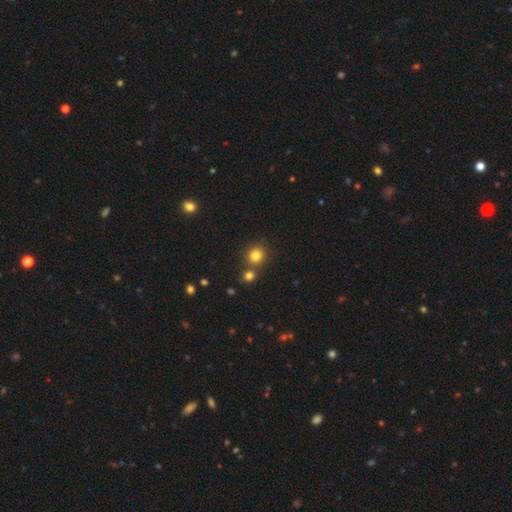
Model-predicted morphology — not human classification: Q: Smooth or featured?
A: smooth (80%); runner-up: star or artifact (14%)
Q: How rounded?
A: round (90%); runner-up: in between (10%)
Q: Merging?
A: none (72%); runner-up: merger (18%)